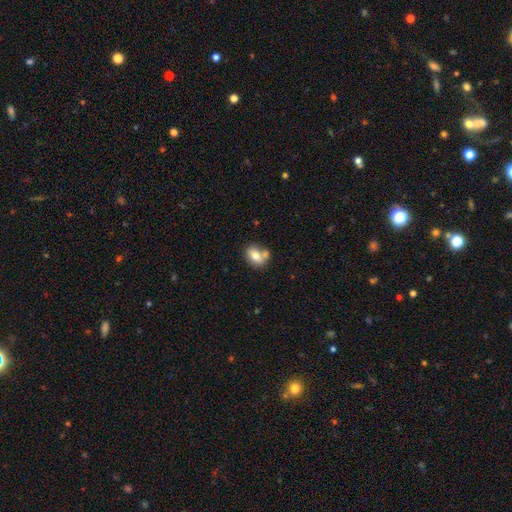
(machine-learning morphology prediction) Smooth or featured: smooth — 72% (featured or disk — 20%)
How rounded: in between — 73% (round — 25%)
Merging: none — 46% (merger — 35%)